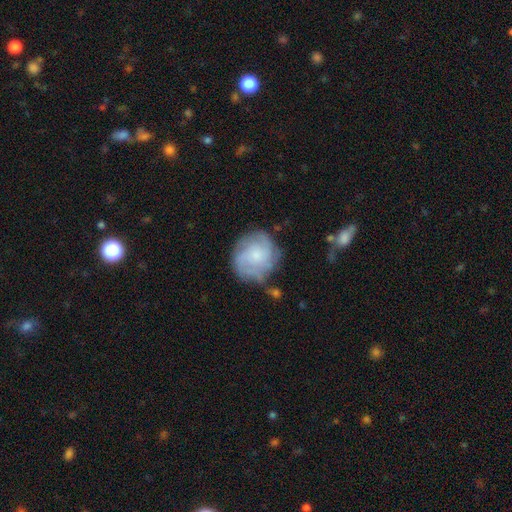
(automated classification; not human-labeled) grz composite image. It shows a featured or disk galaxy (58%) with no bar (75%), spiral arms (85%) and a small central bulge (51%). Merging: none (67%).